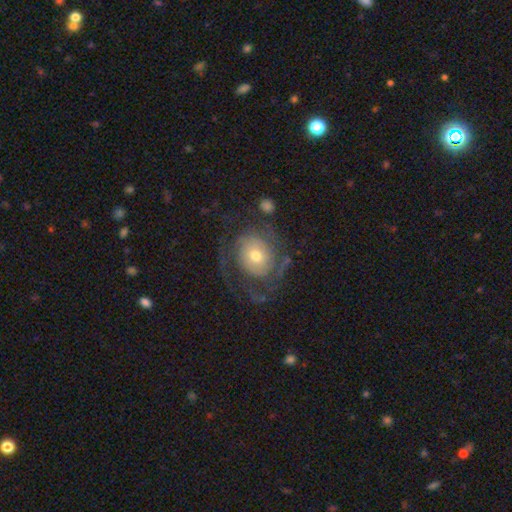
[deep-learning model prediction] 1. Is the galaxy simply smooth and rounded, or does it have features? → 75% featured or disk, 18% smooth, 7% star or artifact.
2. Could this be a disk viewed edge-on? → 97% no, 3% yes.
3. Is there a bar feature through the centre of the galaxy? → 75% no, 20% weak, 5% strong.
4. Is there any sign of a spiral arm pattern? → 86% yes, 14% no.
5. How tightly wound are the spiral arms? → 48% tight, 34% medium, 18% loose.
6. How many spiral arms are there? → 42% 2, 27% can't tell, 13% 3, 9% 1, 5% 4, 4% more than 4.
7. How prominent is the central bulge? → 57% moderate, 34% small, 6% large, 1% dominant, 1% none.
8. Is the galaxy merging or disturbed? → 59% none, 22% major disturbance, 16% minor disturbance, 2% merger.